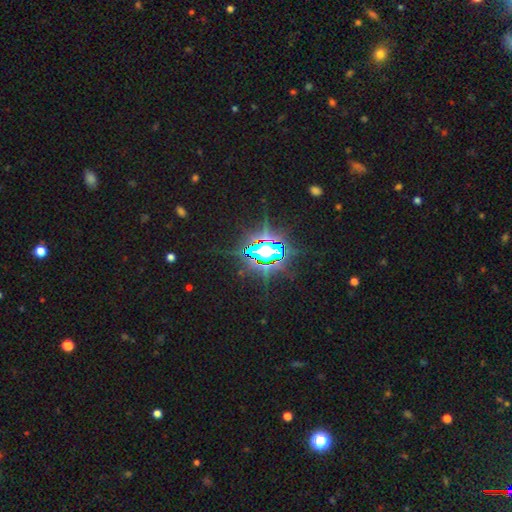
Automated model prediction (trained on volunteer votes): Smooth or featured: star or artifact — 81% (featured or disk — 10%)